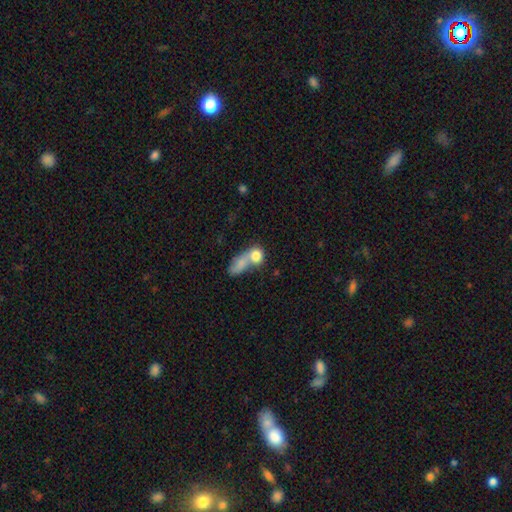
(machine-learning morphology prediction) smooth_or_featured: smooth (p=0.77) [alt: featured or disk p=0.14]
how_rounded: round (p=0.51) [alt: in between p=0.44]
merging: merger (p=0.63) [alt: none p=0.21]